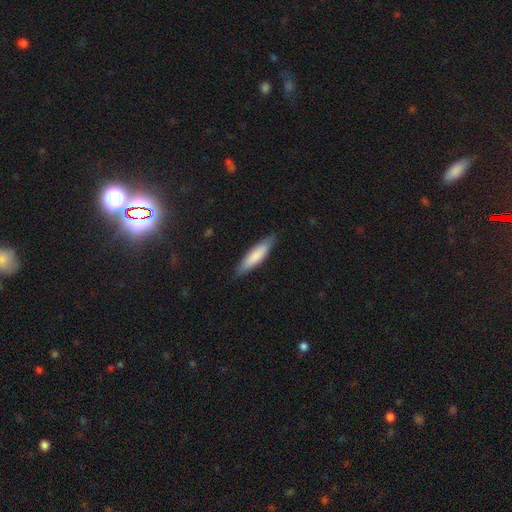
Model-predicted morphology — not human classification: Smooth or featured?
  - smooth: 82% *
  - featured or disk: 14%
  - star or artifact: 5%
How rounded?
  - cigar-shaped: 74% *
  - in between: 25%
  - round: 1%
Merging?
  - none: 87% *
  - minor disturbance: 10%
  - major disturbance: 2%
  - merger: 1%